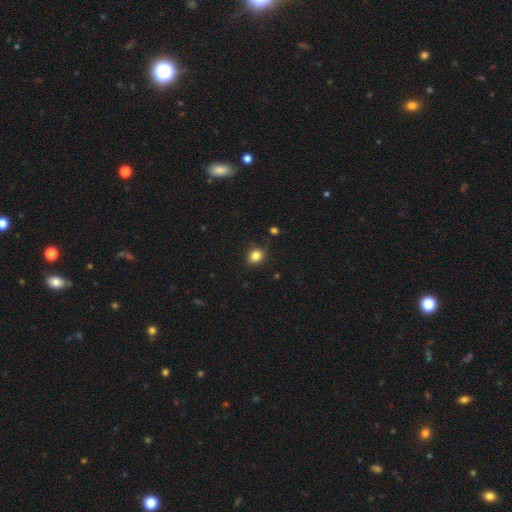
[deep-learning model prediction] Q: Smooth or featured?
A: smooth (84%); runner-up: star or artifact (11%)
Q: How rounded?
A: round (68%); runner-up: in between (31%)
Q: Merging?
A: none (85%); runner-up: minor disturbance (11%)